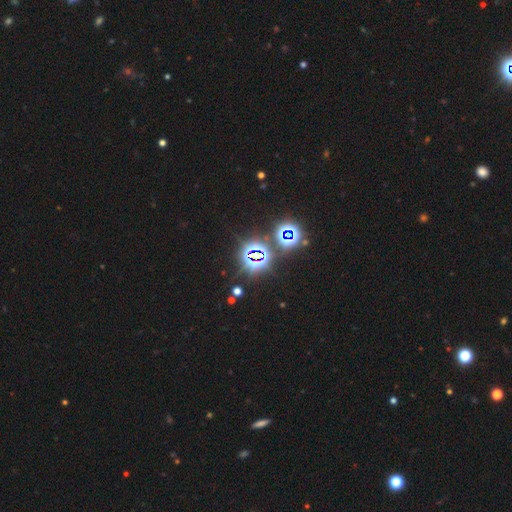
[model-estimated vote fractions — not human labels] Overall: star or artifact (81%).